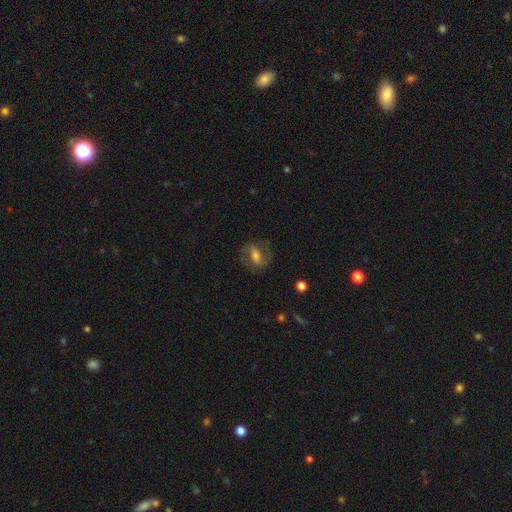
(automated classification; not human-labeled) Smooth or featured? featured or disk (67%)
Edge-on disk? no (94%)
Bar? strong (46%)
Spiral arms? yes (87%)
Spiral winding? medium (49%)
Spiral arm count? 2 (88%)
Bulge size? moderate (51%)
Merging? none (76%)